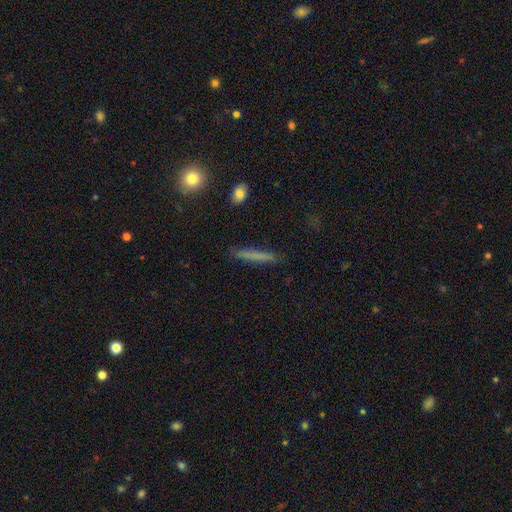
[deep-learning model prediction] Smooth or featured? Predicted: smooth (p=0.71). How rounded? Predicted: cigar-shaped (p=0.94). Merging? Predicted: none (p=0.88).